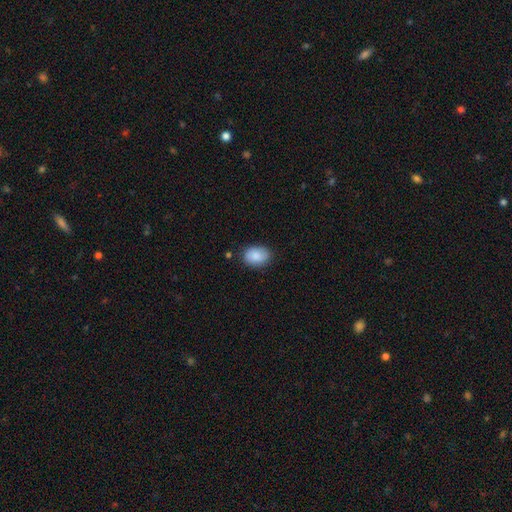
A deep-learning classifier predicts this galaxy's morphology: smooth 84%, featured or disk 9%, star or artifact 7%. Down the decision tree: how rounded — in between (73%); merging — none (80%).